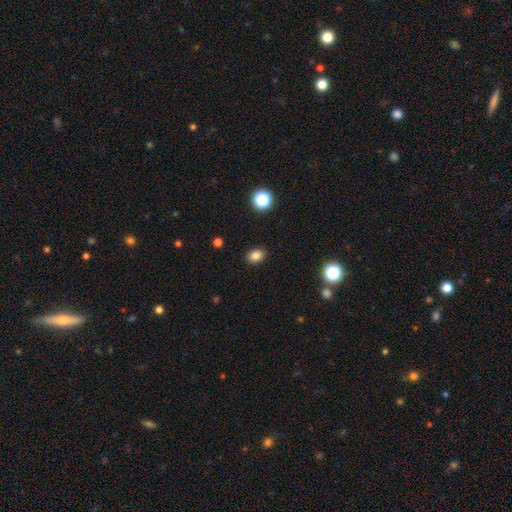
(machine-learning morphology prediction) Smooth or featured? Predicted: smooth (p=0.84). How rounded? Predicted: in between (p=0.67). Merging? Predicted: none (p=0.89).